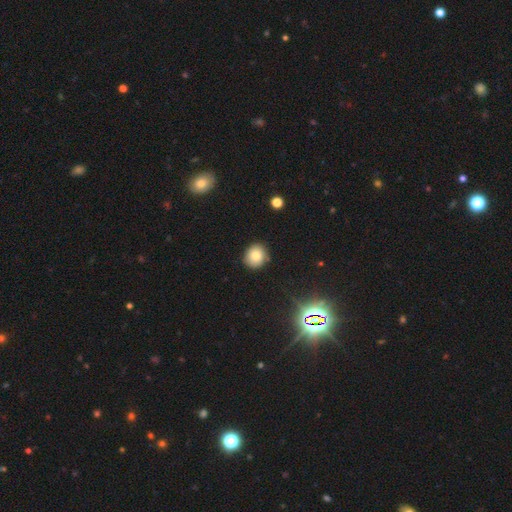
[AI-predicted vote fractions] smooth-or-featured: smooth: 79% | star or artifact: 12% | featured or disk: 9%
  how-rounded: round: 75% | in between: 24% | cigar-shaped: 1%
  merging: none: 85% | minor disturbance: 11% | major disturbance: 2% | merger: 2%